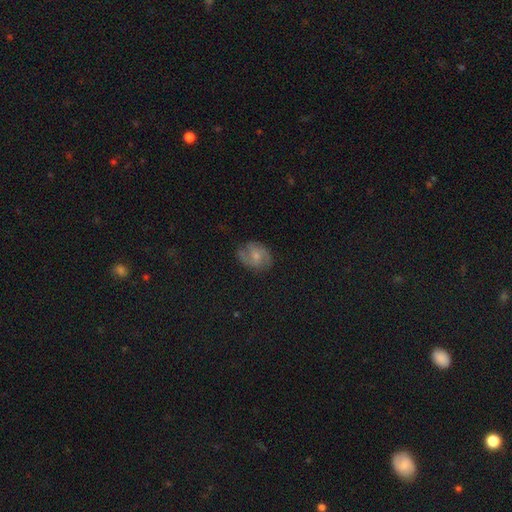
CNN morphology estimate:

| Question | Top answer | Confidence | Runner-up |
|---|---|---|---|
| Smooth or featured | featured or disk | 55% | smooth (36%) |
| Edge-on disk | no | 97% | yes (3%) |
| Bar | no | 59% | weak (35%) |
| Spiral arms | yes | 85% | no (15%) |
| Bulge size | small | 54% | moderate (35%) |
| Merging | none | 70% | minor disturbance (21%) |